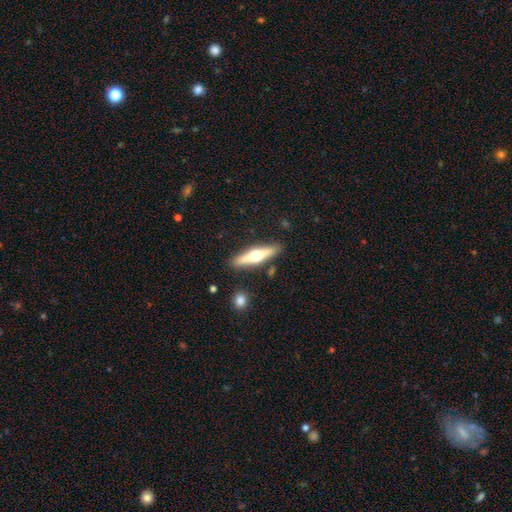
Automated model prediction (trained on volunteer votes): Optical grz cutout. It shows a featured or disk galaxy (61%) viewed edge-on (95%) with a rounded central bulge (95%). Merging: none (87%).